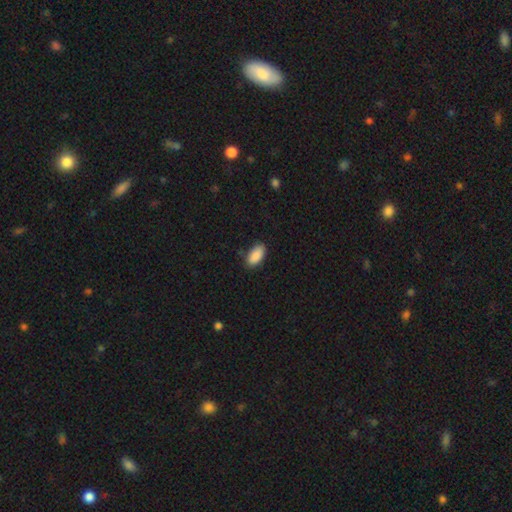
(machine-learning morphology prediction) smooth 89%, star or artifact 7%, featured or disk 5%. Down the decision tree: how rounded — in between (93%); merging — none (80%).